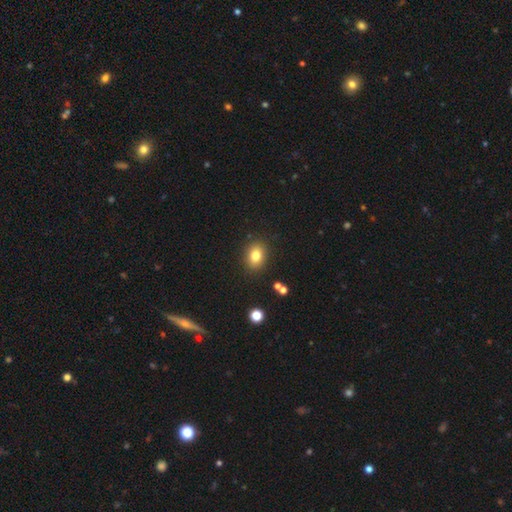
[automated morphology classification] The model was most divided on "how rounded": in between: 63%, round: 35%, cigar-shaped: 1%. More confident: merging — none (87%); smooth or featured — smooth (81%).